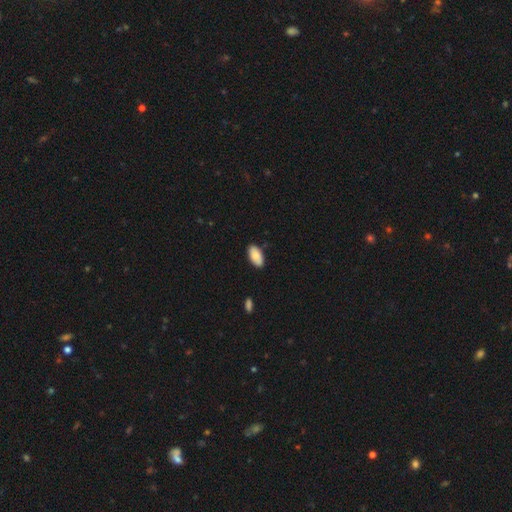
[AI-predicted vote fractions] smooth 82%, featured or disk 12%, star or artifact 6%. Down the decision tree: how rounded — in between (95%); merging — none (86%).